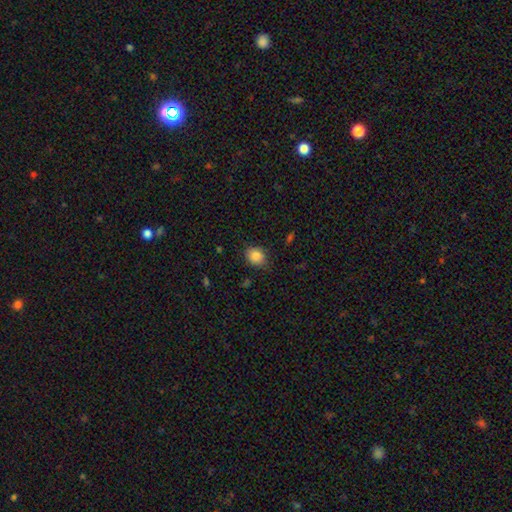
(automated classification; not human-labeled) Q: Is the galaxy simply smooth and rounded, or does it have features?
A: smooth — 85%.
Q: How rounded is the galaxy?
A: round — 59%.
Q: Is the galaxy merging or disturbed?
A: none — 78%.